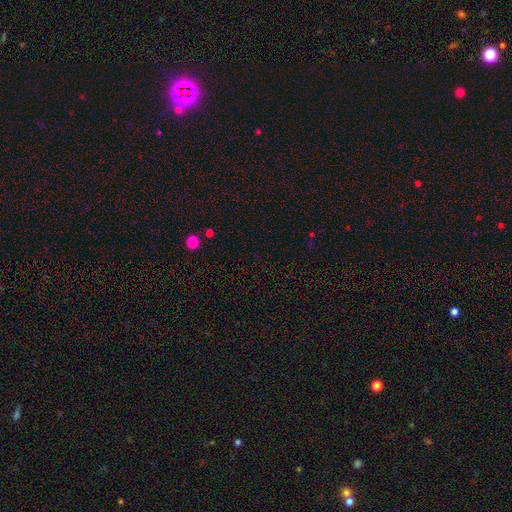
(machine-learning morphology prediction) The model was most divided on "smooth or featured": star or artifact: 62%, smooth: 31%, featured or disk: 7%.